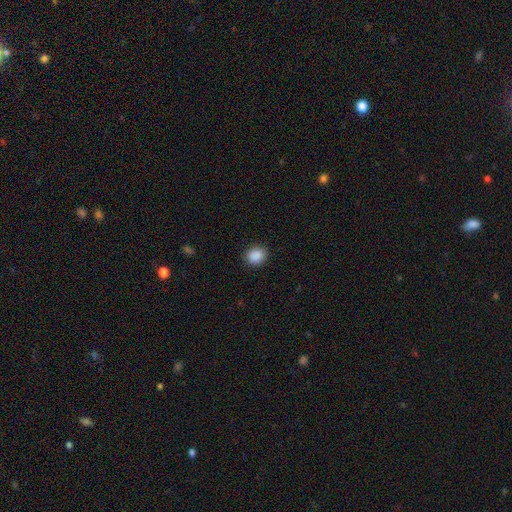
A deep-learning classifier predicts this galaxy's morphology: Smooth or featured?
  - smooth: 89% *
  - star or artifact: 9%
  - featured or disk: 3%
How rounded?
  - round: 68% *
  - in between: 31%
  - cigar-shaped: 1%
Merging?
  - none: 89% *
  - minor disturbance: 8%
  - major disturbance: 2%
  - merger: 1%